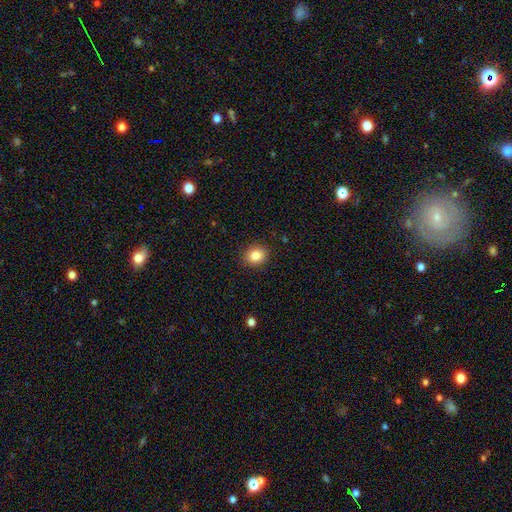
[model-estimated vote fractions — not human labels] Smooth or featured?
  - smooth: 84% *
  - star or artifact: 10%
  - featured or disk: 6%
How rounded?
  - round: 69% *
  - in between: 30%
  - cigar-shaped: 1%
Merging?
  - none: 89% *
  - minor disturbance: 7%
  - major disturbance: 2%
  - merger: 1%